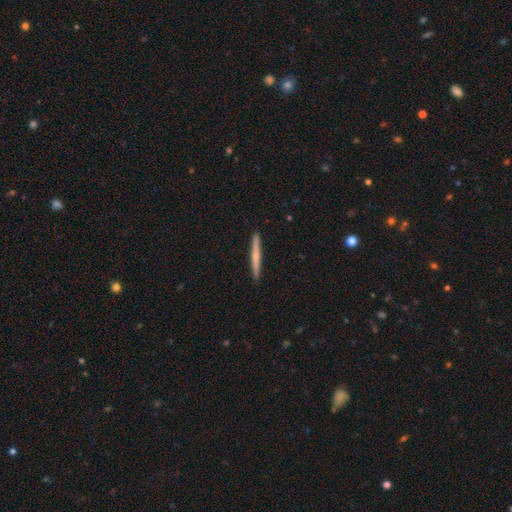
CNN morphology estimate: smooth 54%, featured or disk 40%, star or artifact 6%. Down the decision tree: how rounded — cigar-shaped (97%); merging — none (93%).